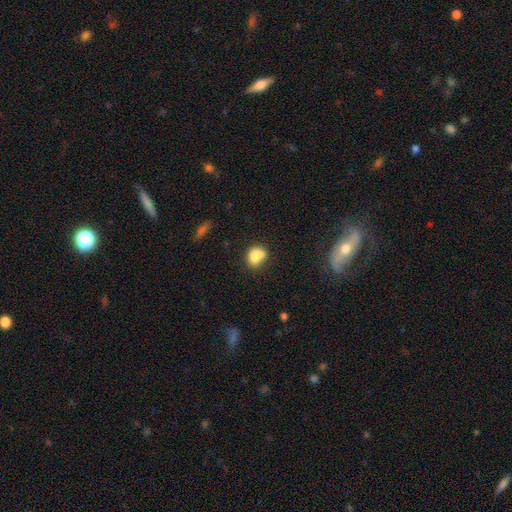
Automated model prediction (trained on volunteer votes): Smooth or featured: smooth — 75% (featured or disk — 15%)
How rounded: round — 52% (in between — 46%)
Merging: merger — 43% (none — 34%)